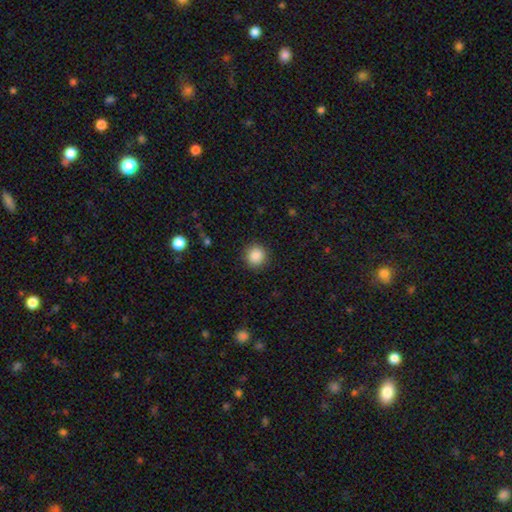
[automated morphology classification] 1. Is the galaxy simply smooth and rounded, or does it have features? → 87% smooth, 9% star or artifact, 3% featured or disk.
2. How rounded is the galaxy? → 92% round, 7% in between, 1% cigar-shaped.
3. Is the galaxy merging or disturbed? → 90% none, 7% minor disturbance, 2% major disturbance, 1% merger.